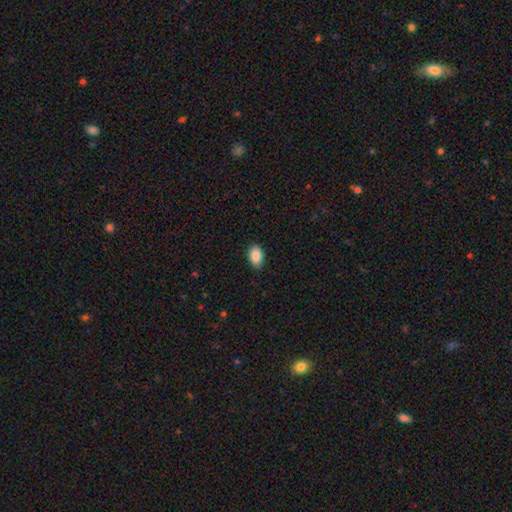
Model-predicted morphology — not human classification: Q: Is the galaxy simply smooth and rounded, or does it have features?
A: smooth — 89%.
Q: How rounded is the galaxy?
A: in between — 88%.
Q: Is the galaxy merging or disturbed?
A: none — 88%.